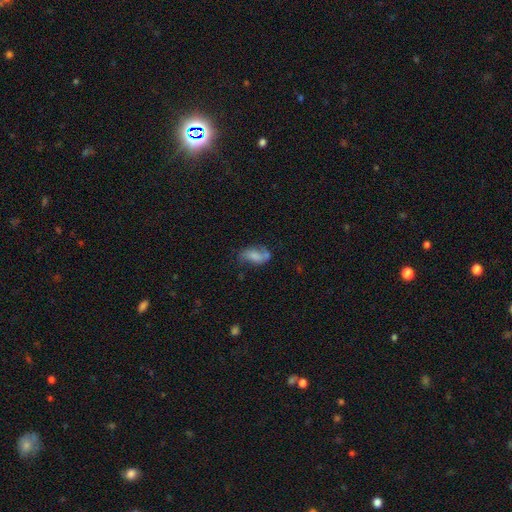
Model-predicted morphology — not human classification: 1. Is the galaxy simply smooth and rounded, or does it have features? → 57% smooth, 33% featured or disk, 10% star or artifact.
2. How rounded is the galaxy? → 87% in between, 7% cigar-shaped, 6% round.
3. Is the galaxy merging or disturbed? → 41% none, 26% minor disturbance, 17% major disturbance, 16% merger.